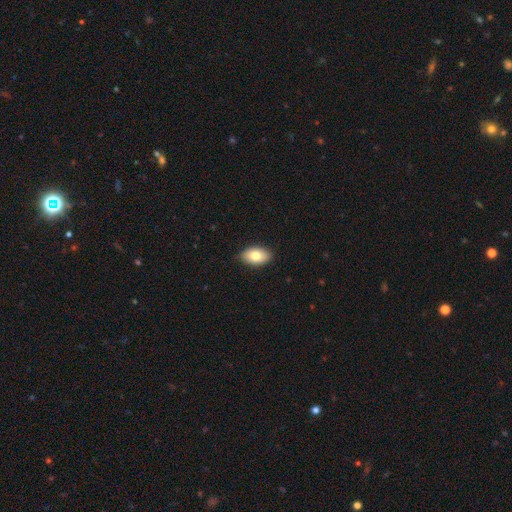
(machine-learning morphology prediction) Smooth or featured? smooth (79%)
How rounded? in between (92%)
Merging? none (87%)